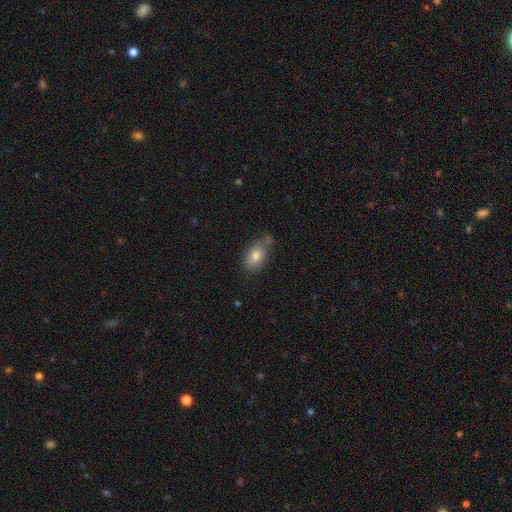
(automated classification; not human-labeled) Morphology: type=smooth (79%); roundness=in between (85%); merging=none (54%).